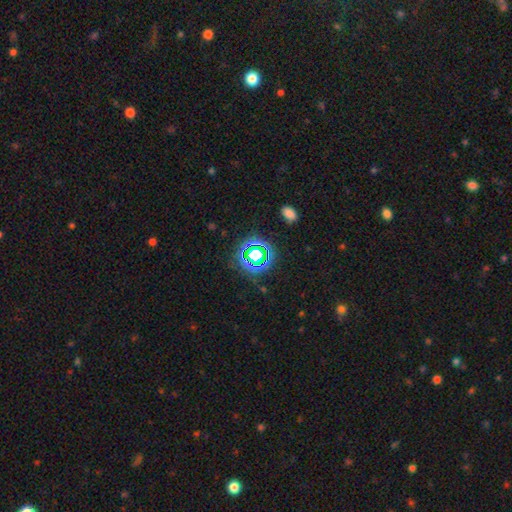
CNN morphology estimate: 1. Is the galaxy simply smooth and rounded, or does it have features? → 67% star or artifact, 21% smooth, 12% featured or disk.